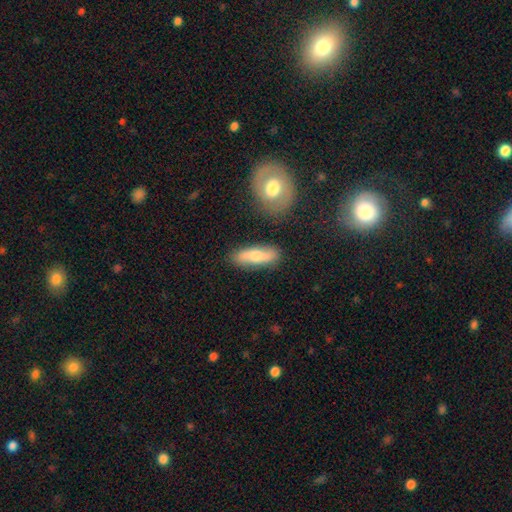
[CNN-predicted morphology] type=smooth (51%); roundness=cigar-shaped (51%); merging=none (82%).